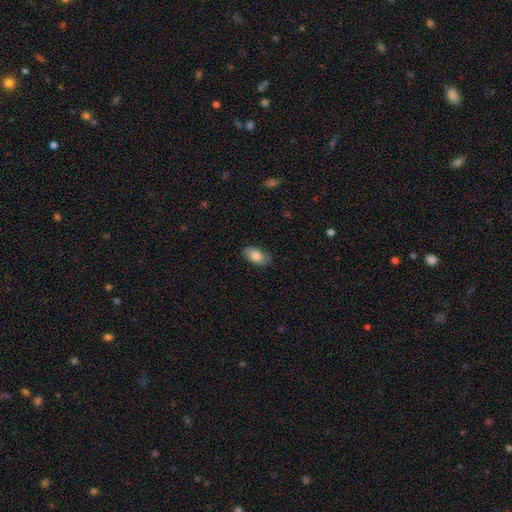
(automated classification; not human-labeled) Morphology: type=smooth (84%); roundness=in between (93%); merging=none (81%).